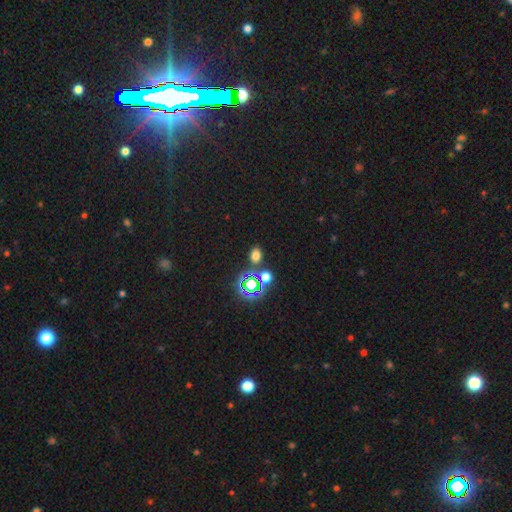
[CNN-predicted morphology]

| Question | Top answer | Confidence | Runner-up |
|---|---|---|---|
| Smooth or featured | smooth | 64% | star or artifact (29%) |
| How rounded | in between | 67% | round (32%) |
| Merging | none | 78% | merger (10%) |